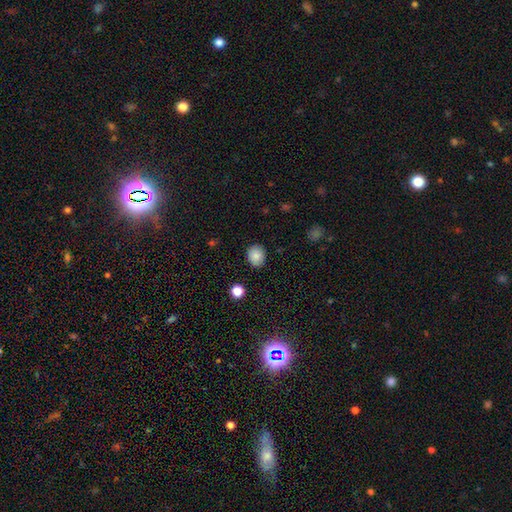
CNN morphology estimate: smooth_or_featured: smooth (p=0.86) [alt: star or artifact p=0.09]
how_rounded: round (p=0.60) [alt: in between p=0.39]
merging: none (p=0.87) [alt: minor disturbance p=0.10]